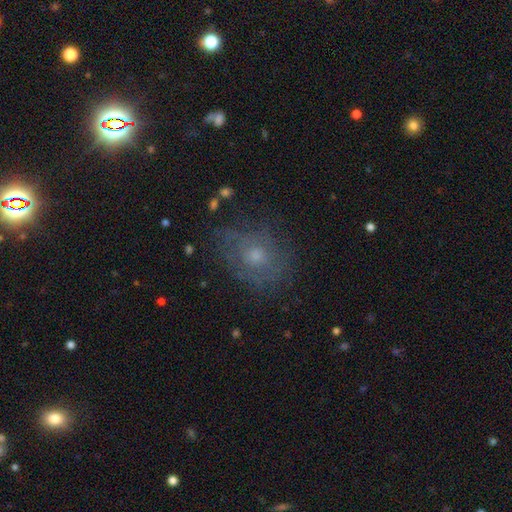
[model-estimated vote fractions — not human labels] Smooth or featured?
  - featured or disk: 44% *
  - smooth: 40%
  - star or artifact: 16%
Merging?
  - none: 68% *
  - minor disturbance: 19%
  - major disturbance: 11%
  - merger: 2%